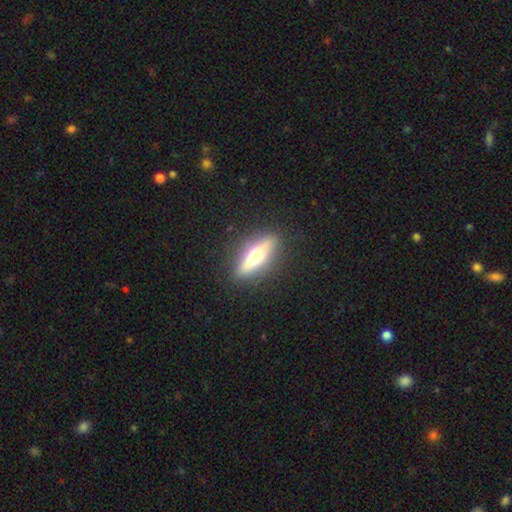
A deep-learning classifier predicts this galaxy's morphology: This is possibly a featured or disk galaxy (57%). It is clearly viewed edge-on (89%). Edge-on bulge: clearly rounded (92%). Merging: clearly none (88%).